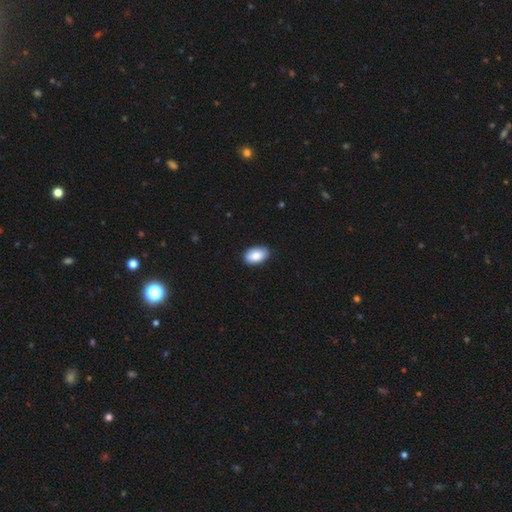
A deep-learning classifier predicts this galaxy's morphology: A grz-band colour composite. It shows a smooth galaxy with no disk features (86%) that is in between round and cigar-shaped (93%). Merging: none (85%).